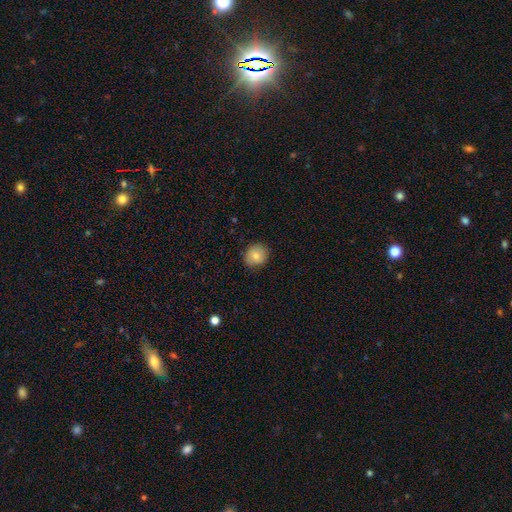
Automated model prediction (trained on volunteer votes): smooth-or-featured: smooth: 81% | featured or disk: 9% | star or artifact: 9%
  how-rounded: round: 78% | in between: 21% | cigar-shaped: 1%
  merging: none: 87% | minor disturbance: 10% | major disturbance: 2% | merger: 1%